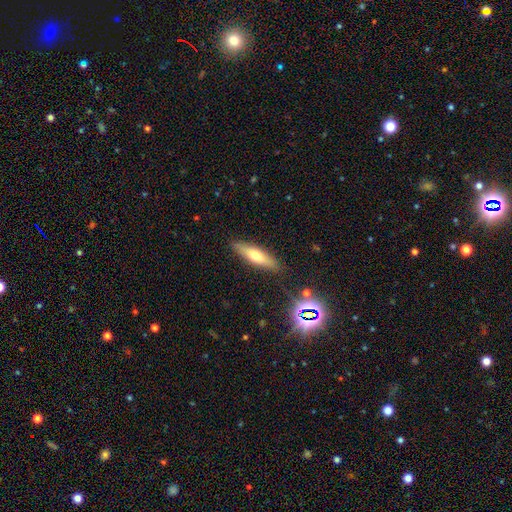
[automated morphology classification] This is possibly a smooth galaxy (58%). How rounded: likely cigar-shaped (67%). Merging: clearly none (86%).